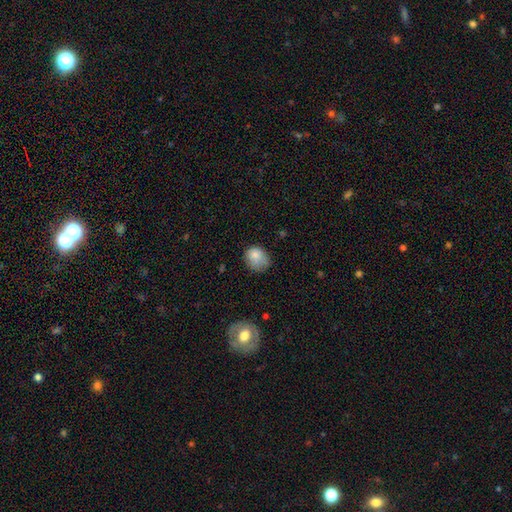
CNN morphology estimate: A smooth galaxy with no disk features (81%) that is round (57%).

Vote fractions:
- Smooth or featured? smooth: 81% / featured or disk: 10% / star or artifact: 9%
- How rounded? round: 57% / in between: 42% / cigar-shaped: 1%
- Merging? none: 53% / minor disturbance: 33% / major disturbance: 11% / merger: 2%